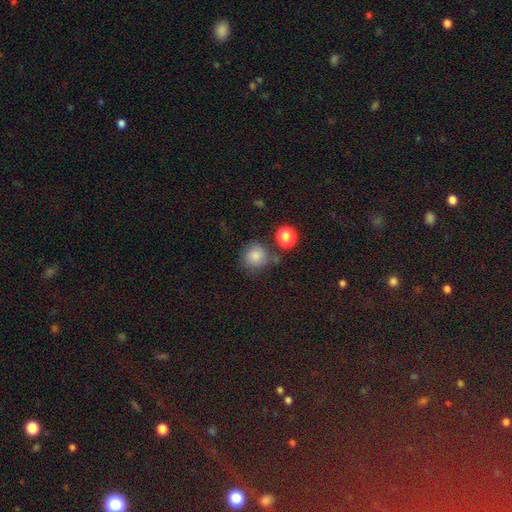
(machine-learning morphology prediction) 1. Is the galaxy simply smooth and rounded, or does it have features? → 82% smooth, 12% star or artifact, 6% featured or disk.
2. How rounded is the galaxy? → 87% round, 12% in between, 1% cigar-shaped.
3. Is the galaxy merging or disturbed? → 68% none, 17% minor disturbance, 9% merger, 6% major disturbance.